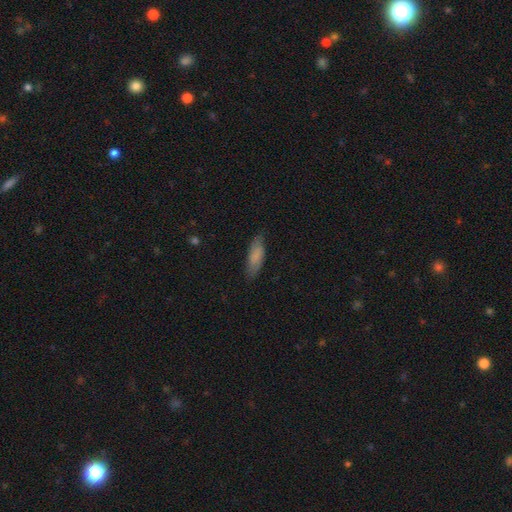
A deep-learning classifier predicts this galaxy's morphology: This appears to be a smooth galaxy with no disk features (79%) that is in between round and cigar-shaped (55%). Merging: none (79%).